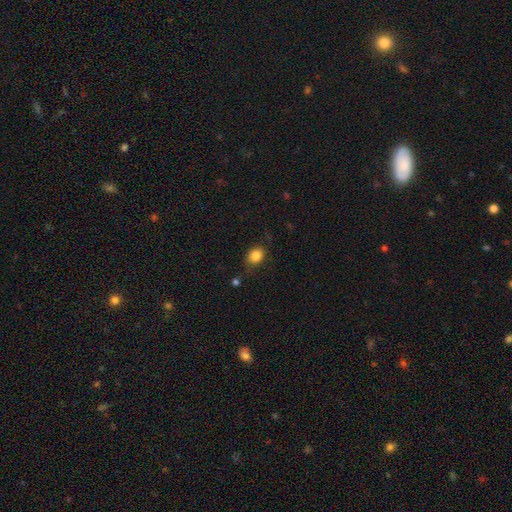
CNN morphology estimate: smooth_or_featured: smooth (p=0.84) [alt: star or artifact p=0.10]
how_rounded: round (p=0.56) [alt: in between p=0.43]
merging: none (p=0.77) [alt: minor disturbance p=0.16]